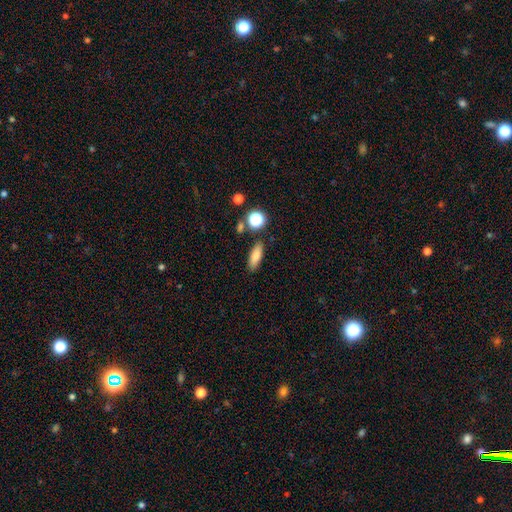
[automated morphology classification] Smooth or featured? smooth (81%)
How rounded? in between (60%)
Merging? none (83%)